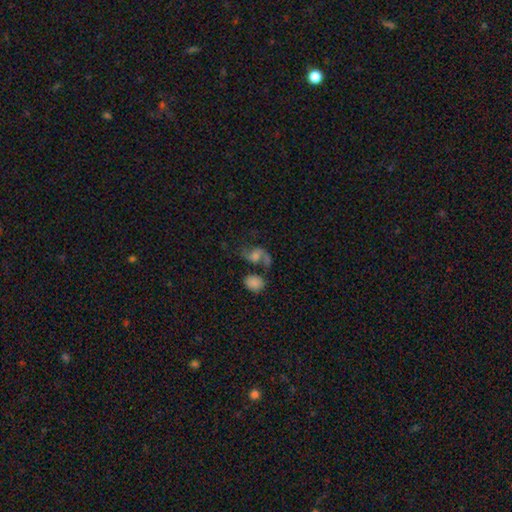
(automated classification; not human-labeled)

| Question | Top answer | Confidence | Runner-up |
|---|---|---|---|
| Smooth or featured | featured or disk | 59% | smooth (27%) |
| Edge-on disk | no | 97% | yes (3%) |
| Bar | no | 59% | weak (33%) |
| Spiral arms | yes | 88% | no (12%) |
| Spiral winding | loose | 65% | medium (28%) |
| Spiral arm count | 2 | 85% | 1 (8%) |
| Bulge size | moderate | 41% | small (27%) |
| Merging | none | 37% | merger (33%) |